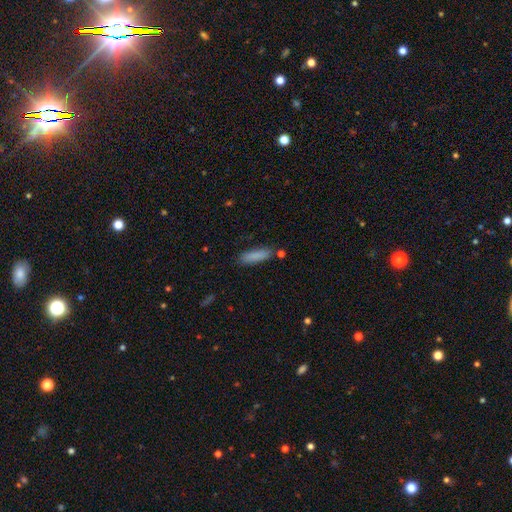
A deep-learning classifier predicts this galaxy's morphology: Smooth or featured? smooth (86%)
How rounded? cigar-shaped (66%)
Merging? none (80%)